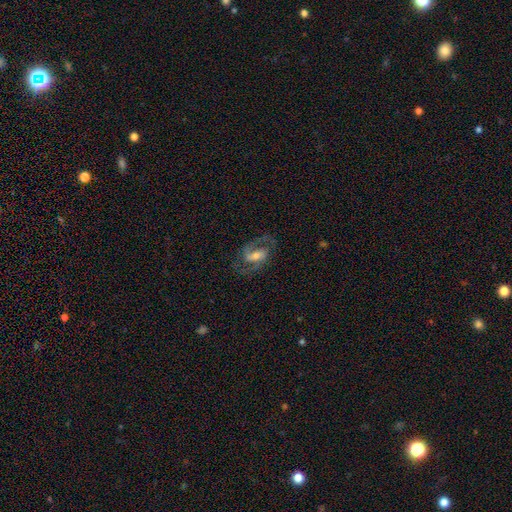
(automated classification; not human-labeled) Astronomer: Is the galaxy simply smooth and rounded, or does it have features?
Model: featured or disk — 81%.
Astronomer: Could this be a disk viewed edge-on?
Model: no — 97%.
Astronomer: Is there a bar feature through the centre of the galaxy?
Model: weak — 47% (runner-up: strong, 34%).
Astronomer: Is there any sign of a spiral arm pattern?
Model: yes — 94%.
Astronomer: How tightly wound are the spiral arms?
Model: medium — 57%.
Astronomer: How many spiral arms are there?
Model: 2 — 89%.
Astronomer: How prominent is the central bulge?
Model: moderate — 47% (runner-up: small, 36%).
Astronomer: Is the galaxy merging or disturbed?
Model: none — 74%.